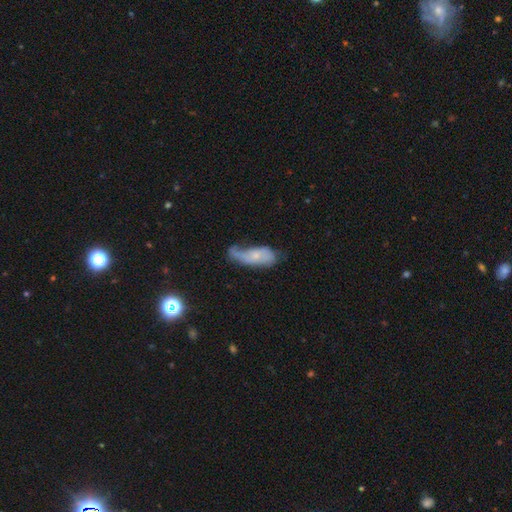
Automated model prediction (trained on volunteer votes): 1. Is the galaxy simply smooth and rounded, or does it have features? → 47% featured or disk, 44% smooth, 9% star or artifact.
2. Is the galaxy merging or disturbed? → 34% minor disturbance, 31% major disturbance, 29% none, 7% merger.